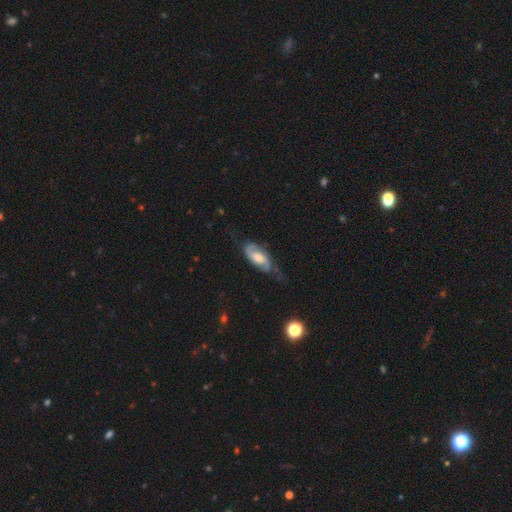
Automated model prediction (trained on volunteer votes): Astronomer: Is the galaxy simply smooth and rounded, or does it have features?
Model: featured or disk — 74%.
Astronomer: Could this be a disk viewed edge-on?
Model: no — 92%.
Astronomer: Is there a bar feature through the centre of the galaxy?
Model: no — 47% (runner-up: weak, 41%).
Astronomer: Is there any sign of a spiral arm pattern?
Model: yes — 93%.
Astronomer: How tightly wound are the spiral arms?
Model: medium — 46% (runner-up: tight, 27%).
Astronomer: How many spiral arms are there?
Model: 2 — 83%.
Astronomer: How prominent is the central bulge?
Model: moderate — 49% (runner-up: large, 24%).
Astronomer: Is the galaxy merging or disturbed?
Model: none — 53%.